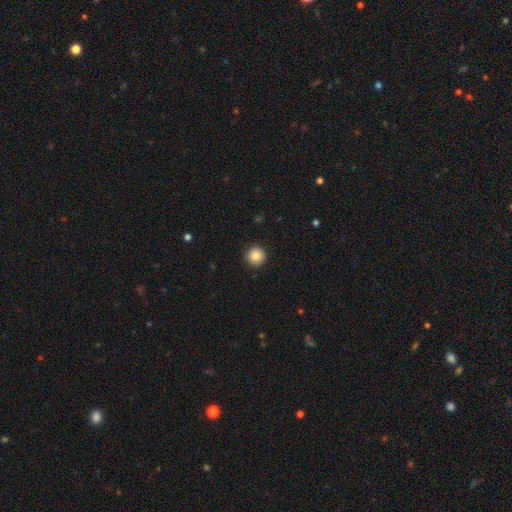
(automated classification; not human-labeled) smooth-or-featured: smooth: 87% | star or artifact: 9% | featured or disk: 4%
  how-rounded: round: 96% | in between: 3% | cigar-shaped: 1%
  merging: none: 92% | minor disturbance: 5% | major disturbance: 2% | merger: 1%